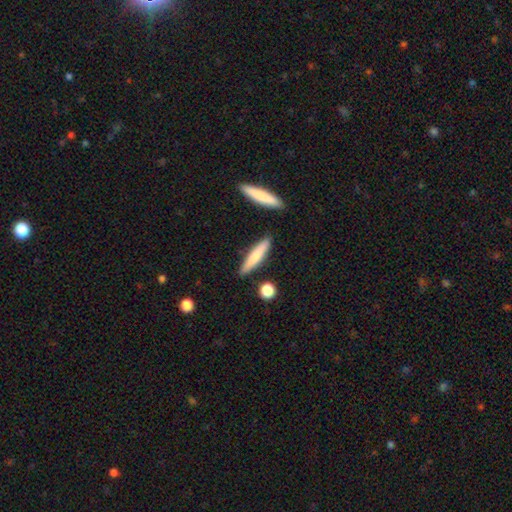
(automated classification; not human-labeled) The model was most divided on "smooth or featured": smooth: 70%, featured or disk: 24%, star or artifact: 6%. More confident: how rounded — cigar-shaped (87%); merging — none (84%).